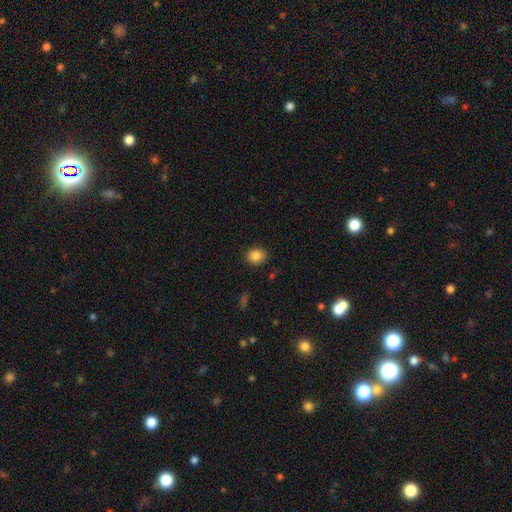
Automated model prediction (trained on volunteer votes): This is clearly a smooth galaxy (85%). How rounded: likely round (64%). Merging: clearly none (87%).